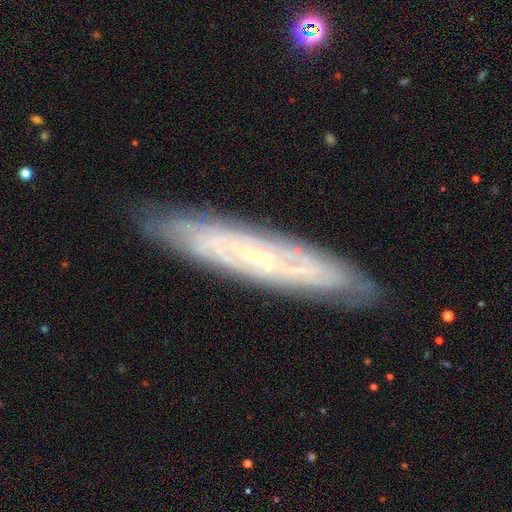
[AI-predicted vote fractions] featured or disk 76%, smooth 17%, star or artifact 7%. Down the decision tree: edge-on disk — no (58%); merging — none (86%).